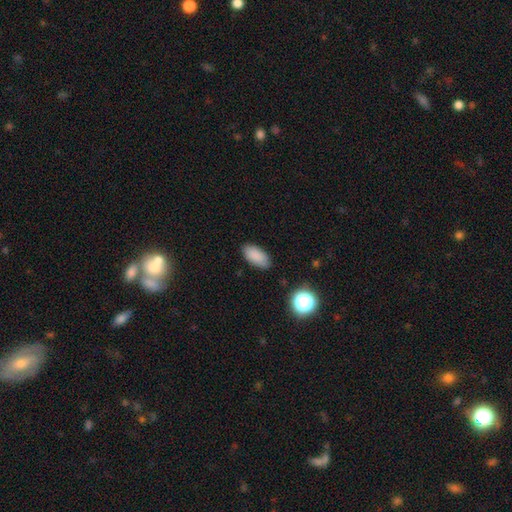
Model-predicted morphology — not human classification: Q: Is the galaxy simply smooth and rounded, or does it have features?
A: smooth — 87%.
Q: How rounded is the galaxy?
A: in between — 92%.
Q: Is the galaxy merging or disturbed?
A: none — 84%.